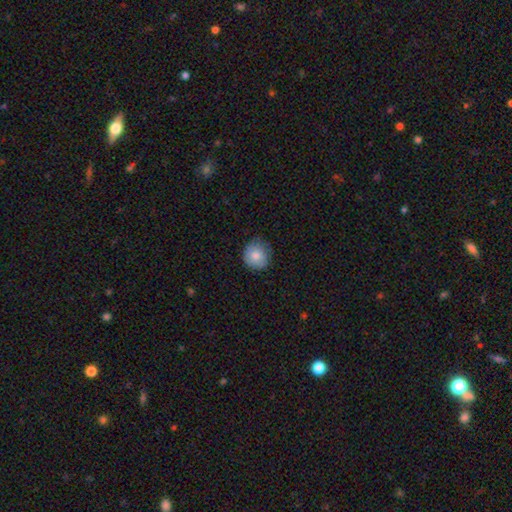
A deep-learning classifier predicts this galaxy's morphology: This appears to be a smooth galaxy with no disk features (81%) that is round (89%). Merging: none (77%).